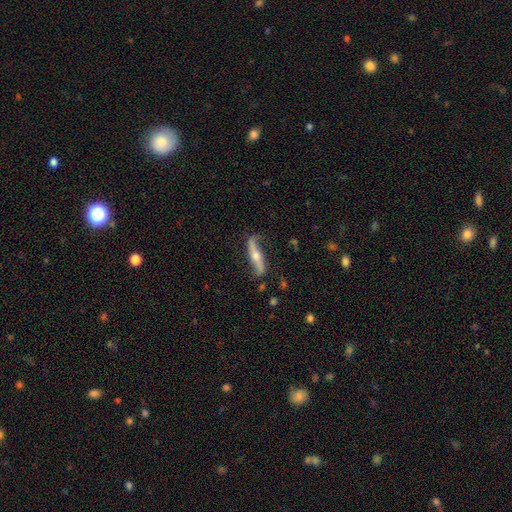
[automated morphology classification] Q: Smooth or featured?
A: featured or disk (76%); runner-up: smooth (18%)
Q: Edge-on disk?
A: no (54%); runner-up: yes (46%)
Q: Merging?
A: none (70%); runner-up: minor disturbance (20%)